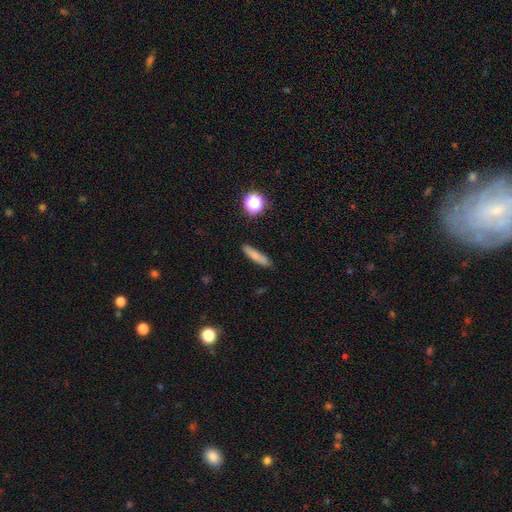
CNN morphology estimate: Smooth or featured? Predicted: smooth (p=0.78). How rounded? Predicted: cigar-shaped (p=0.83). Merging? Predicted: none (p=0.86).